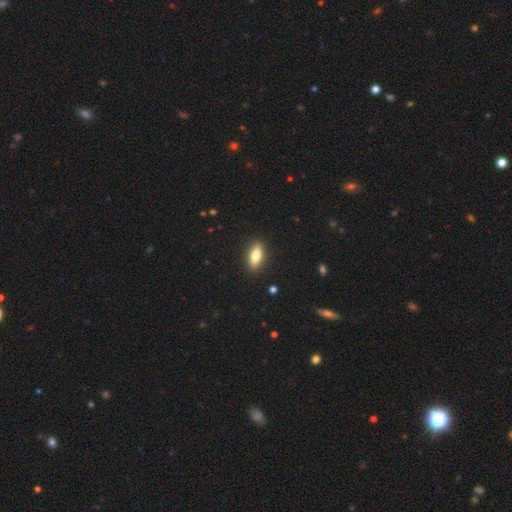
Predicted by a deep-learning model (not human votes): A smooth galaxy with no disk features (69%) that is in between round and cigar-shaped (73%).

Vote fractions:
- Smooth or featured? smooth: 69% / featured or disk: 24% / star or artifact: 7%
- How rounded? in between: 73% / cigar-shaped: 22% / round: 4%
- Merging? none: 90% / minor disturbance: 7% / major disturbance: 2% / merger: 1%